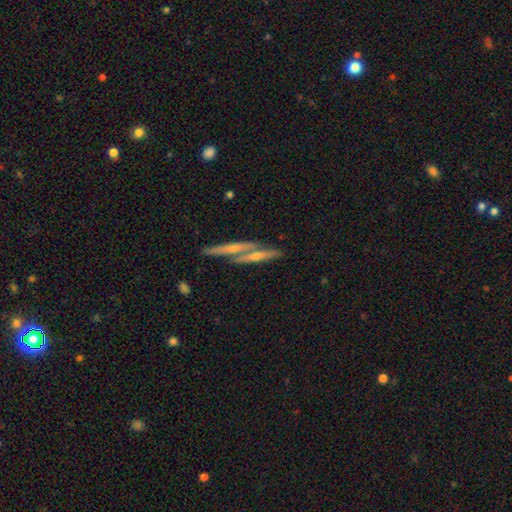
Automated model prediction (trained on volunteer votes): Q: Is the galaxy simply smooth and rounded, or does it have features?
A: featured or disk — 63%.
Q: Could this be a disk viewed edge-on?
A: yes — 87%.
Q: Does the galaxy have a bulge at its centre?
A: rounded — 59%.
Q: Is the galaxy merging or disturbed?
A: none — 50%.